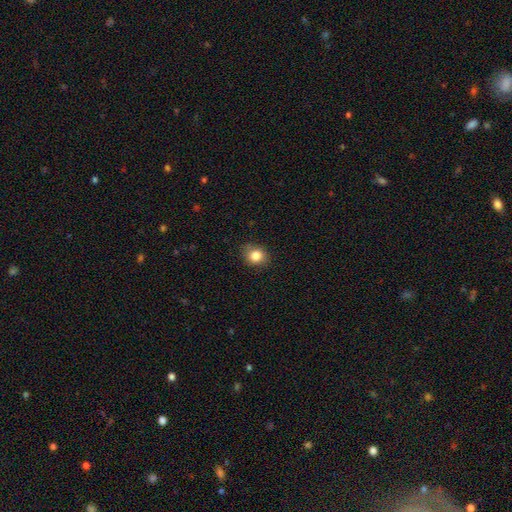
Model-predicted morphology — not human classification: This is clearly a smooth galaxy (83%). How rounded: likely round (67%). Merging: clearly none (83%).